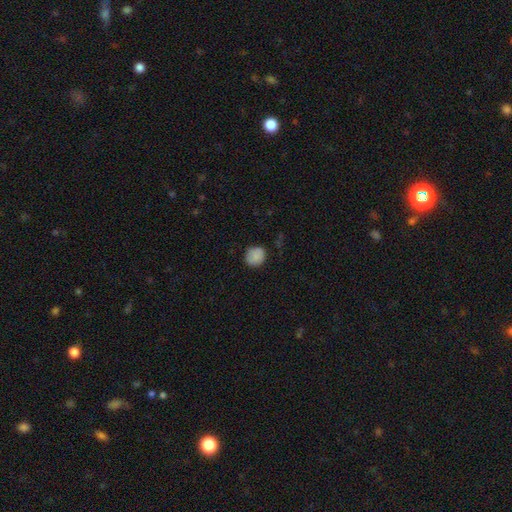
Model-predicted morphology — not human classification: Overall: smooth (86%). How rounded: round (82%). Merging: none (81%).